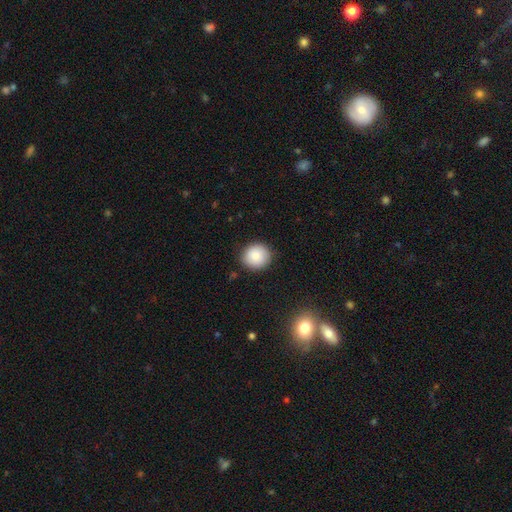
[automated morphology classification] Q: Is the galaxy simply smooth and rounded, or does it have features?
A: smooth — 85%.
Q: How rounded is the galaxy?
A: round — 87%.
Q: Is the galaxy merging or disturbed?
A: none — 89%.